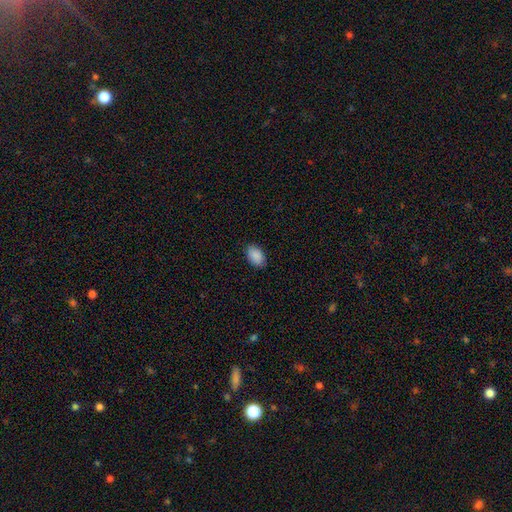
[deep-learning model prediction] smooth-or-featured: smooth: 90% | star or artifact: 7% | featured or disk: 3%
  how-rounded: in between: 89% | round: 9% | cigar-shaped: 1%
  merging: none: 87% | minor disturbance: 10% | major disturbance: 2% | merger: 1%